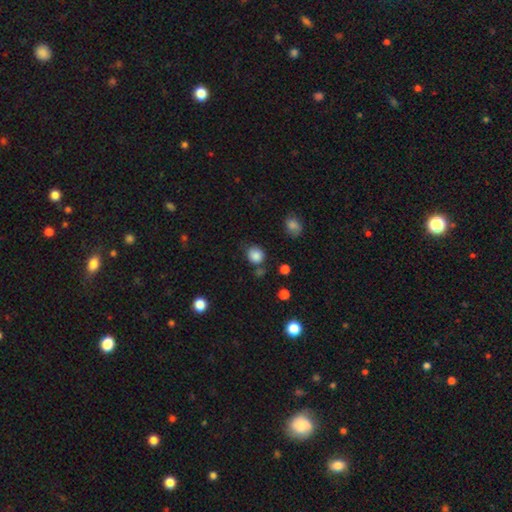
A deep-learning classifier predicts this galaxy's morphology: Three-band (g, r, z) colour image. It shows a smooth galaxy with no disk features (85%) that is round (81%). Merging: none (73%).